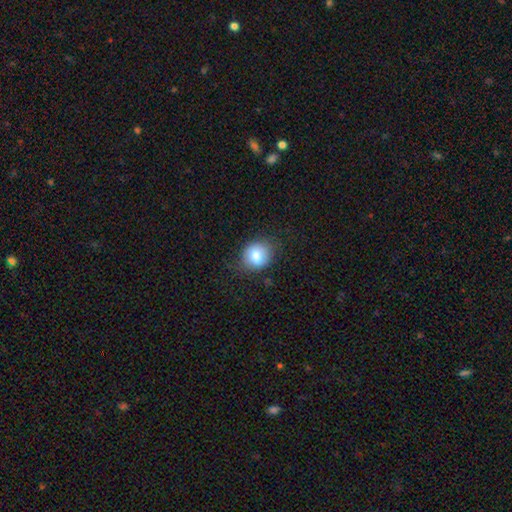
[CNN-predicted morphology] The model was most divided on "how rounded": round: 67%, in between: 32%, cigar-shaped: 1%. More confident: smooth or featured — smooth (81%); merging — none (78%).